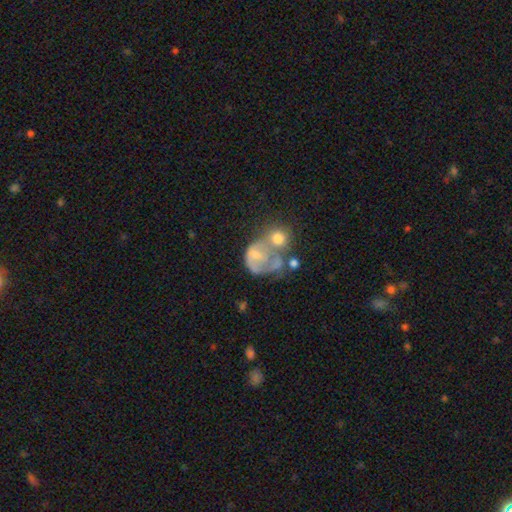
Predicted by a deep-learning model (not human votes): Smooth or featured: featured or disk — 46% (smooth — 43%)
Merging: merger — 44% (major disturbance — 27%)